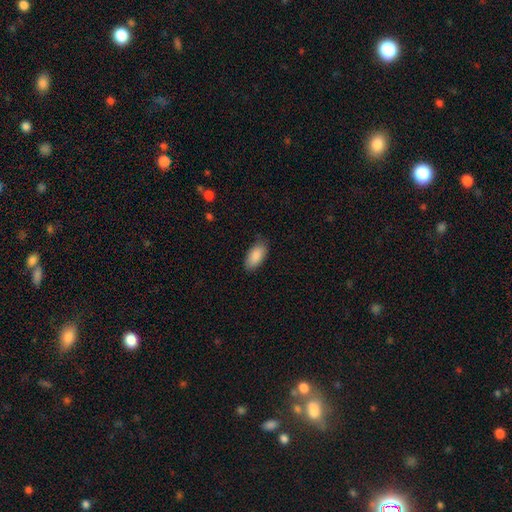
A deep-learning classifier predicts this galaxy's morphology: smooth 89%, star or artifact 6%, featured or disk 5%. Down the decision tree: how rounded — in between (92%); merging — none (82%).